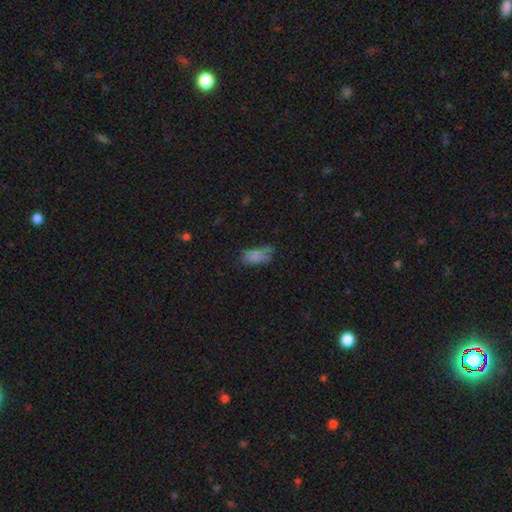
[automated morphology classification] This is likely a smooth galaxy (79%). How rounded: clearly in between (90%). Merging: possibly none (47%).